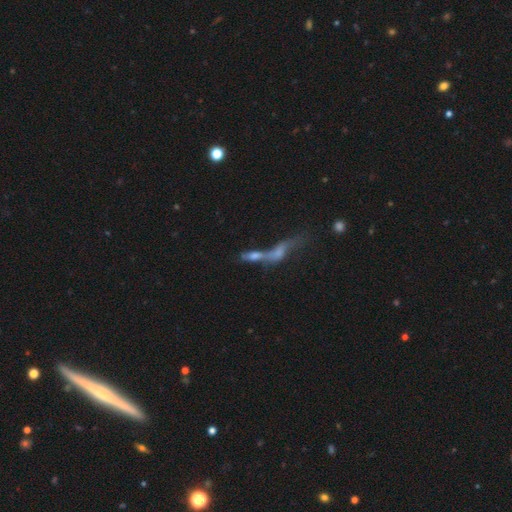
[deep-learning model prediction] smooth_or_featured: featured or disk (p=0.46) [alt: smooth p=0.37]
merging: merger (p=0.63) [alt: none p=0.17]